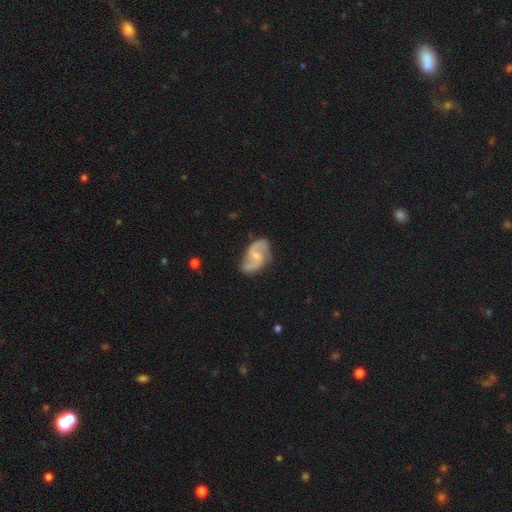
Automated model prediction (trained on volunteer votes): A featured or disk galaxy (85%) with no bar (46%), 2 (92%) medium (50%) spiral arms (96%) and a small central bulge (58%).

Vote fractions:
- Smooth or featured? featured or disk: 85% / smooth: 10% / star or artifact: 5%
- Edge-on disk? no: 98% / yes: 2%
- Bar? no: 46% / weak: 45% / strong: 9%
- Spiral arms? yes: 96% / no: 4%
- Spiral winding? medium: 50% / loose: 36% / tight: 14%
- Spiral arm count? 2: 92% / can't tell: 3% / 3: 2% / 1: 1% / 4: 1% / more than 4: 1%
- Bulge size? small: 58% / moderate: 31% / none: 8% / large: 1% / dominant: 1%
- Merging? none: 75% / minor disturbance: 18% / major disturbance: 5% / merger: 2%